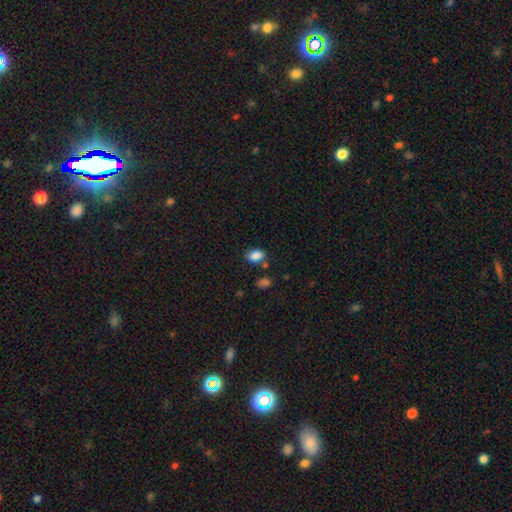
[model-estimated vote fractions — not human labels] This appears to be a smooth galaxy with no disk features (85%) that is in between round and cigar-shaped (79%). Merging: none (70%).